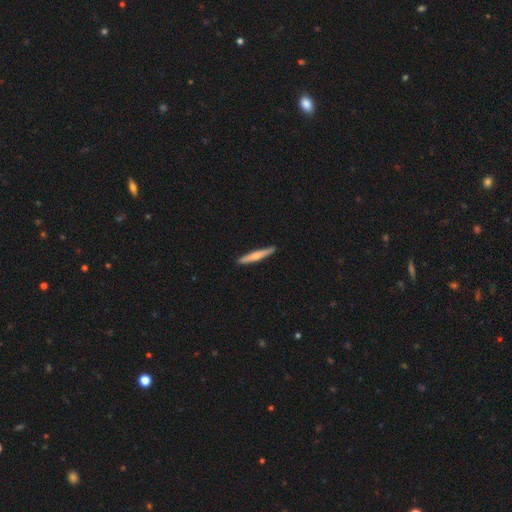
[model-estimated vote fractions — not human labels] Overall: smooth (58%; featured or disk 37%). How rounded: cigar-shaped (95%). Merging: none (90%).